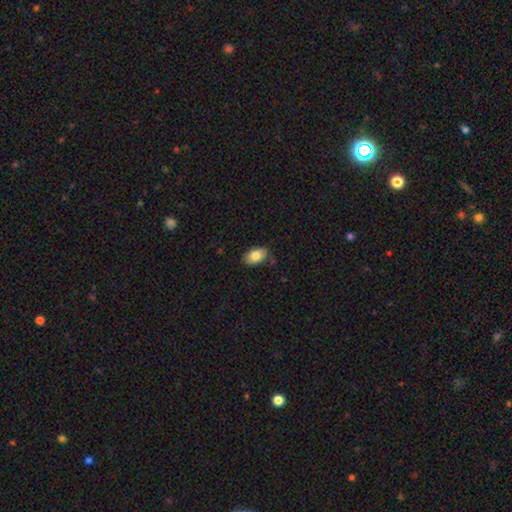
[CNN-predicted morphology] Smooth or featured? smooth (81%)
How rounded? in between (92%)
Merging? none (82%)